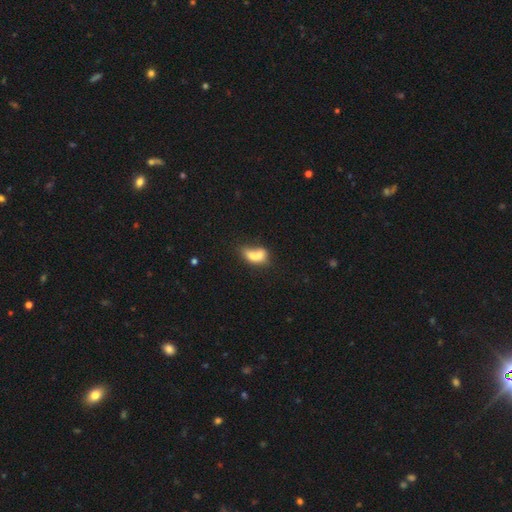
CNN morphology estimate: smooth 67%, featured or disk 23%, star or artifact 10%. Down the decision tree: how rounded — in between (74%); merging — merger (59%).